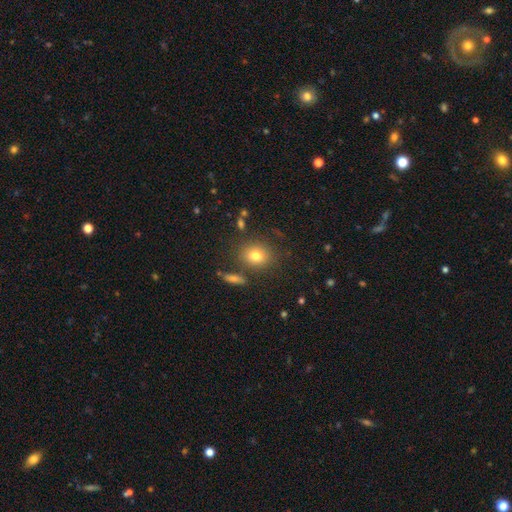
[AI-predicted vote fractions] smooth_or_featured: smooth (p=0.77) [alt: star or artifact p=0.12]
how_rounded: round (p=0.66) [alt: in between p=0.32]
merging: none (p=0.80) [alt: minor disturbance p=0.10]